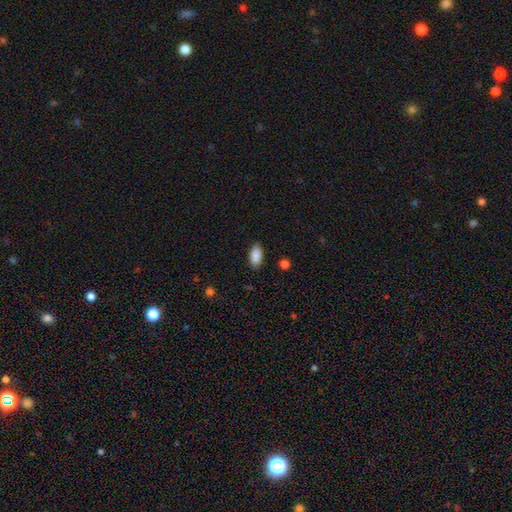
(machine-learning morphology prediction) A smooth galaxy with no disk features (89%) that is in between round and cigar-shaped (92%). Merging: none (87%).